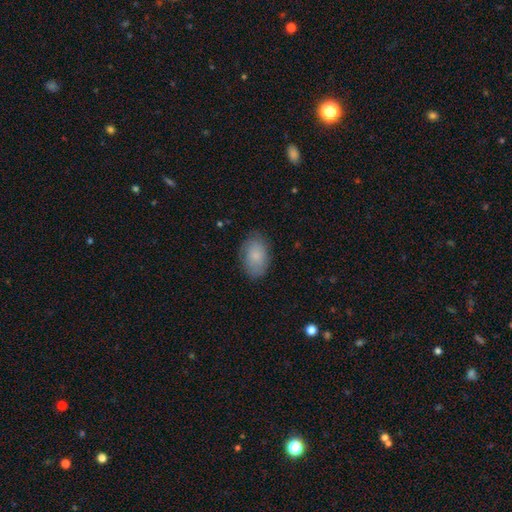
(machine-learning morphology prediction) This appears to be a smooth galaxy with no disk features (79%) that is in between round and cigar-shaped (89%). Merging: none (81%).